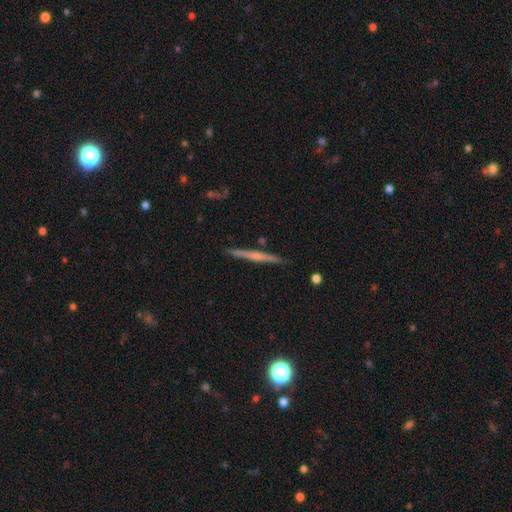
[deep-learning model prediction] A featured or disk galaxy (58%) viewed edge-on (98%) with no central bulge (59%). Merging: none (90%).